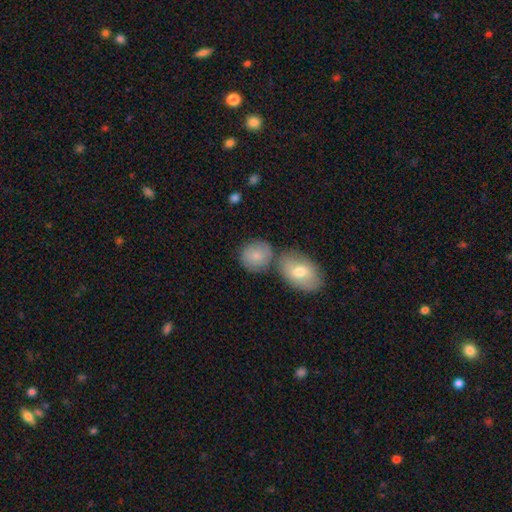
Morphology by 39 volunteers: Smooth or featured? smooth (69%)
How rounded? round (59%)
Merging? none (43%)